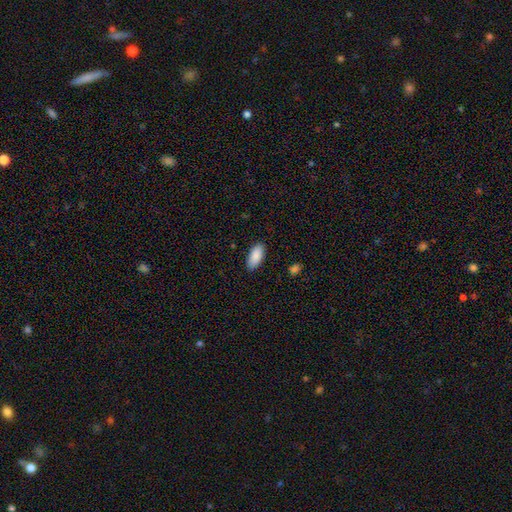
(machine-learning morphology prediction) Smooth or featured?
  - smooth: 90% *
  - star or artifact: 6%
  - featured or disk: 4%
How rounded?
  - in between: 89% *
  - cigar-shaped: 9%
  - round: 2%
Merging?
  - none: 88% *
  - minor disturbance: 9%
  - major disturbance: 2%
  - merger: 1%